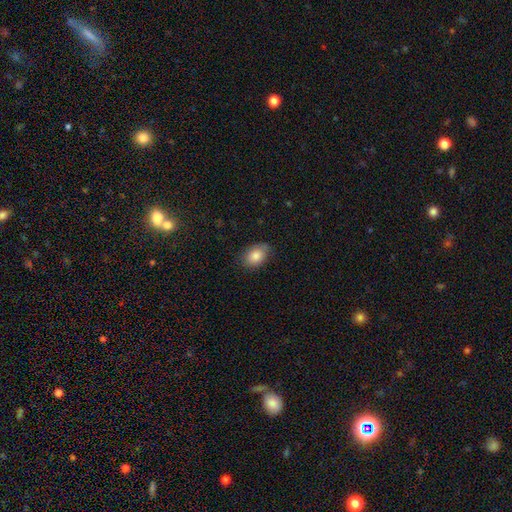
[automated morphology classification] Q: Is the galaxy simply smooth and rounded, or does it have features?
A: smooth — 84%.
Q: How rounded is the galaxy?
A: in between — 85%.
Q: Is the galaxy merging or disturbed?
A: none — 80%.